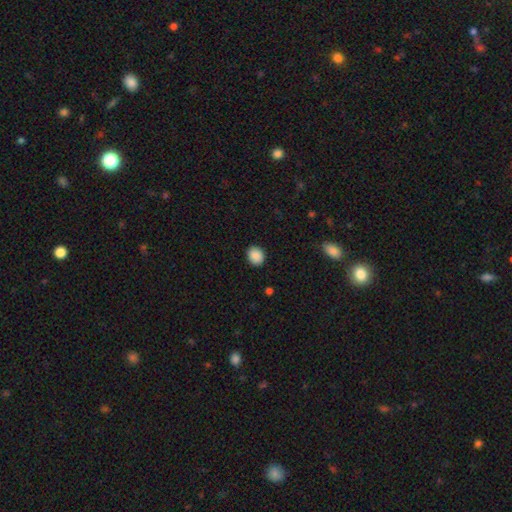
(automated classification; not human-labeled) Smooth or featured: smooth — 88% (star or artifact — 8%)
How rounded: round — 70% (in between — 29%)
Merging: none — 90% (minor disturbance — 7%)